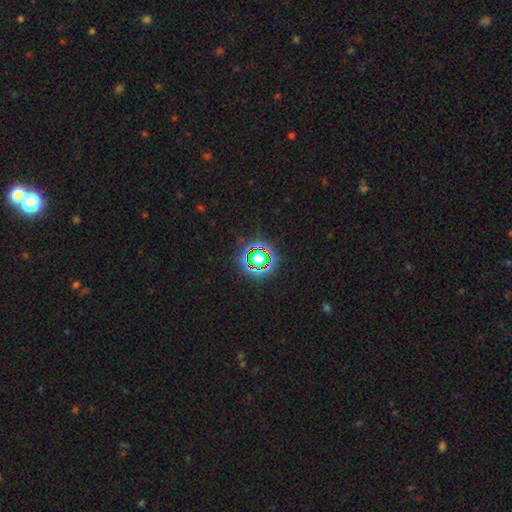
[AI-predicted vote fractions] This appears to be a star or artifact, not a galaxy (73%).